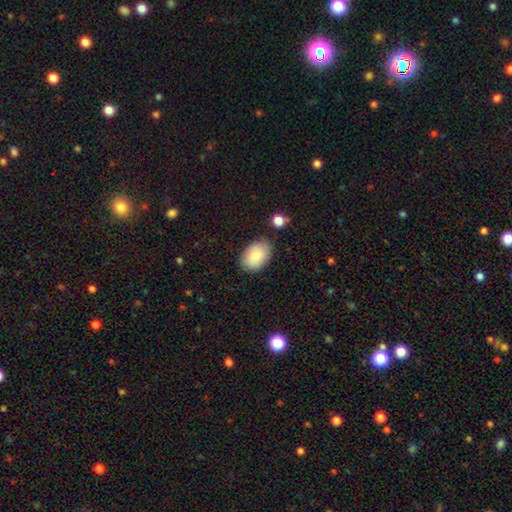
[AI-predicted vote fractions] A smooth galaxy with no disk features (83%) that is in between round and cigar-shaped (84%). Merging: none (79%).